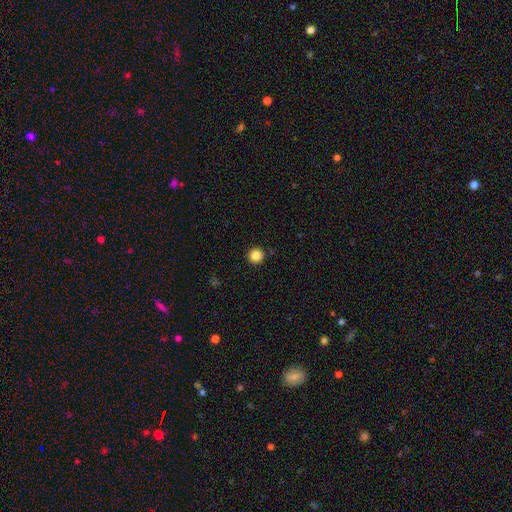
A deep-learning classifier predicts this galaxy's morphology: The model was most divided on "smooth or featured": smooth: 85%, star or artifact: 11%, featured or disk: 4%. More confident: how rounded — round (96%); merging — none (93%).